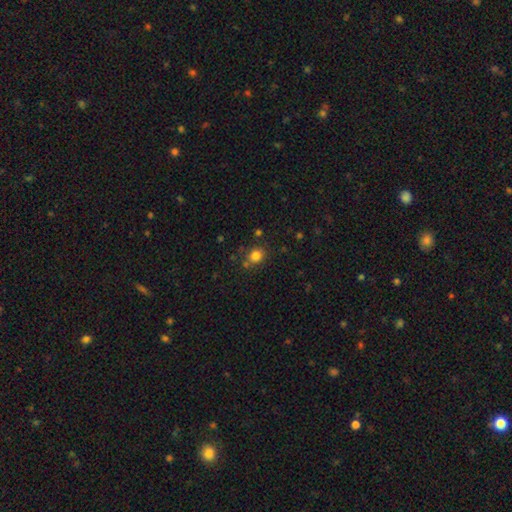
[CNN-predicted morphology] Q: Smooth or featured?
A: smooth (81%); runner-up: star or artifact (13%)
Q: How rounded?
A: round (73%); runner-up: in between (26%)
Q: Merging?
A: none (76%); runner-up: minor disturbance (12%)